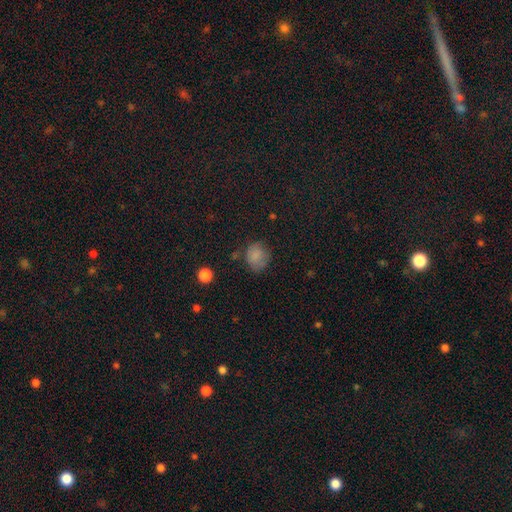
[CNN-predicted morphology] The model was most divided on "how rounded": round: 69%, in between: 30%, cigar-shaped: 1%. More confident: smooth or featured — smooth (79%); merging — none (66%).